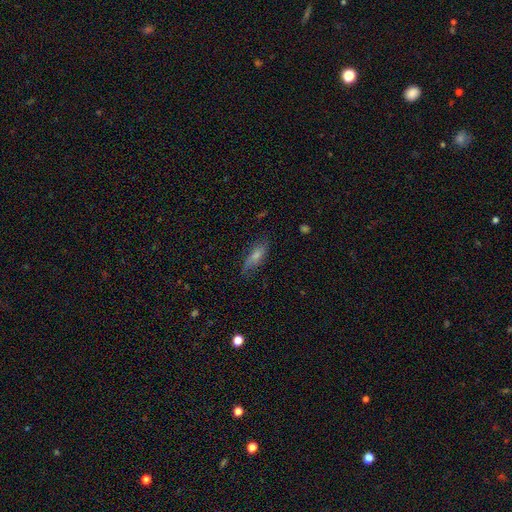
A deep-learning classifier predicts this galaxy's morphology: This is likely a smooth galaxy (60%). How rounded: possibly in between (55%). Merging: likely none (64%).